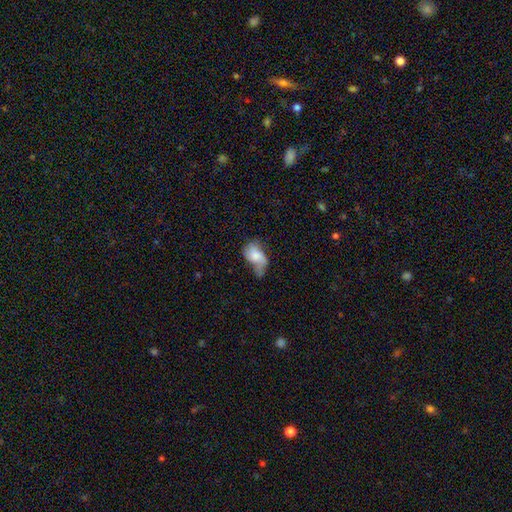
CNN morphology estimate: The model was most divided on "merging": major disturbance: 38%, minor disturbance: 32%, none: 21%, merger: 10%. More confident: how rounded — in between (86%); smooth or featured — smooth (61%).